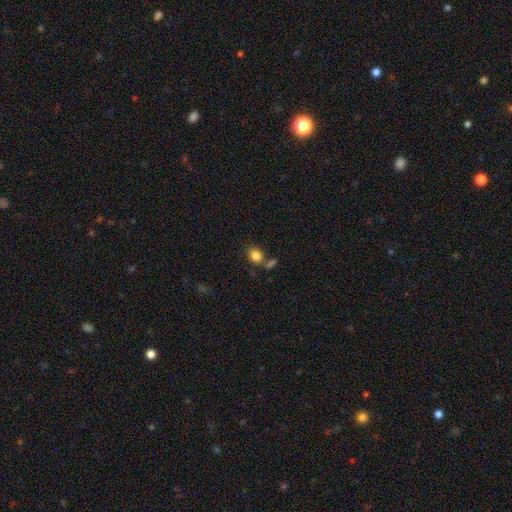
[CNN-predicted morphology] This appears to be a smooth galaxy with no disk features (84%) that is in between round and cigar-shaped (50%). Merging: none (67%).